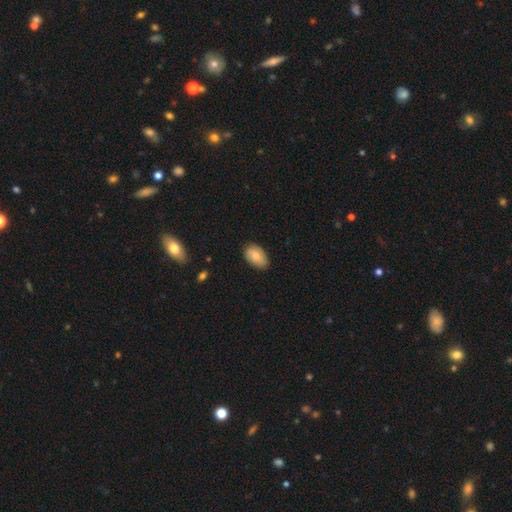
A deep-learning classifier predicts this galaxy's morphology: Smooth or featured: smooth — 81% (featured or disk — 13%)
How rounded: in between — 92% (round — 7%)
Merging: none — 80% (minor disturbance — 16%)